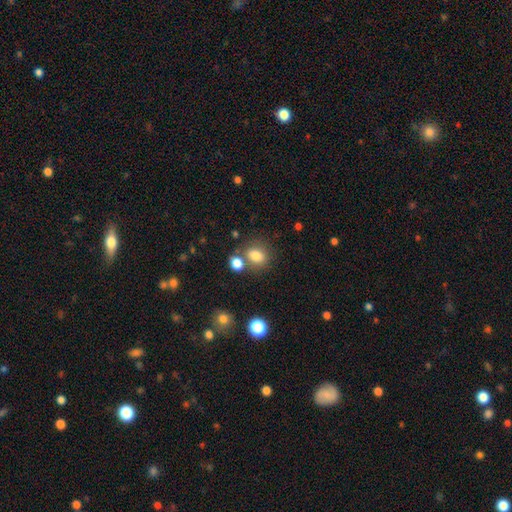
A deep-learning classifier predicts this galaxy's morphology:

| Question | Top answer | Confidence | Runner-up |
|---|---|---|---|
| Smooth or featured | smooth | 81% | star or artifact (11%) |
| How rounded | in between | 51% | round (48%) |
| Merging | none | 61% | merger (21%) |